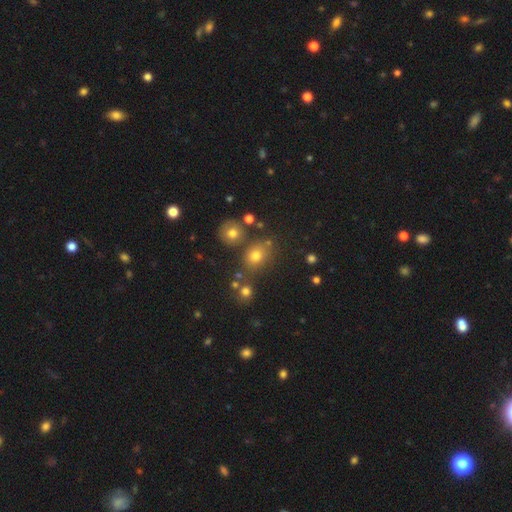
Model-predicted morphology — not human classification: smooth-or-featured: smooth: 71% | star or artifact: 19% | featured or disk: 10%
  how-rounded: round: 56% | in between: 42% | cigar-shaped: 2%
  merging: none: 70% | merger: 13% | minor disturbance: 13% | major disturbance: 5%